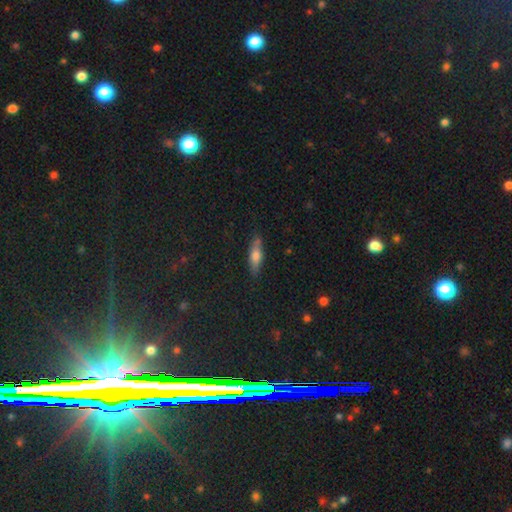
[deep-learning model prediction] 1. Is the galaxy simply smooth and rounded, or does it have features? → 64% smooth, 28% featured or disk, 8% star or artifact.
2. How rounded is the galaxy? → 52% cigar-shaped, 45% in between, 3% round.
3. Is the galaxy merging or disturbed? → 82% none, 14% minor disturbance, 3% major disturbance, 2% merger.